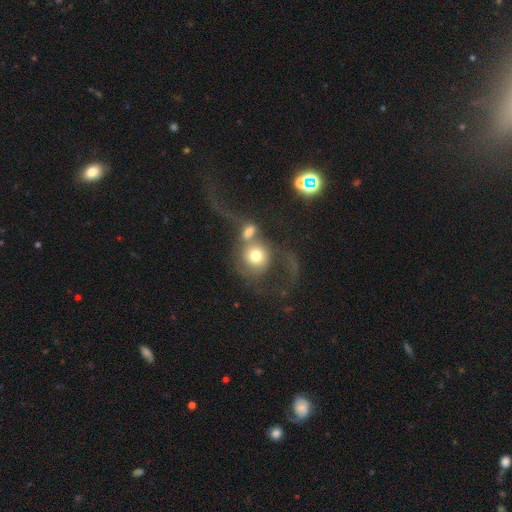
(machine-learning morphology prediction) A smooth galaxy with no disk features (50%) that is round (77%). Merging: merger (62%).